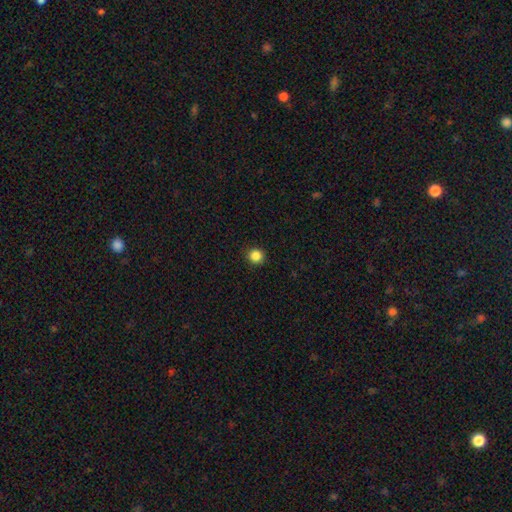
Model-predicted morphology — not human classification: Smooth or featured?
  - smooth: 86% *
  - star or artifact: 11%
  - featured or disk: 3%
How rounded?
  - round: 93% *
  - in between: 6%
  - cigar-shaped: 1%
Merging?
  - none: 92% *
  - minor disturbance: 5%
  - major disturbance: 2%
  - merger: 1%